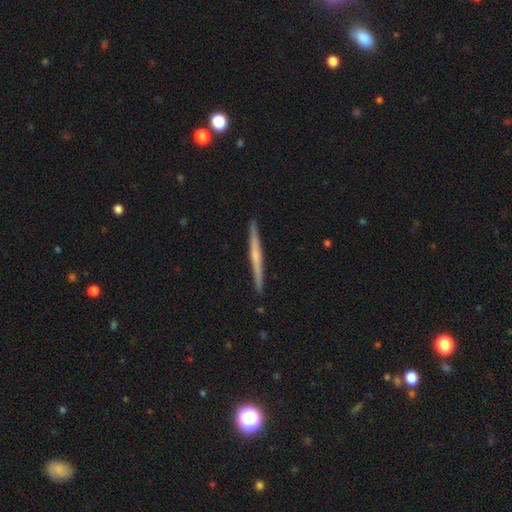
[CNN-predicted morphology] This appears to be a featured or disk galaxy (56%) viewed edge-on (98%) with no central bulge (61%). Merging: none (92%).